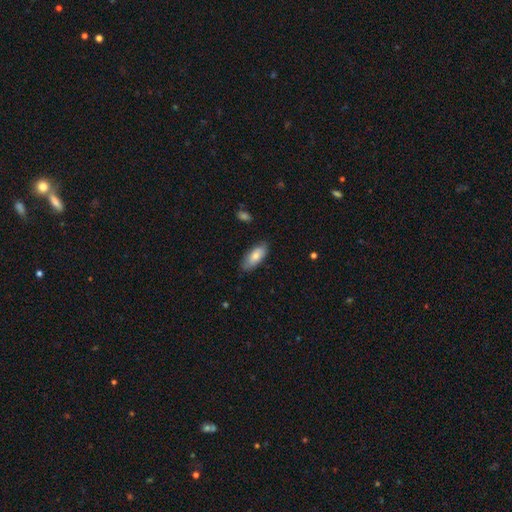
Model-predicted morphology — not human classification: type=smooth (79%); roundness=in between (82%); merging=none (81%).